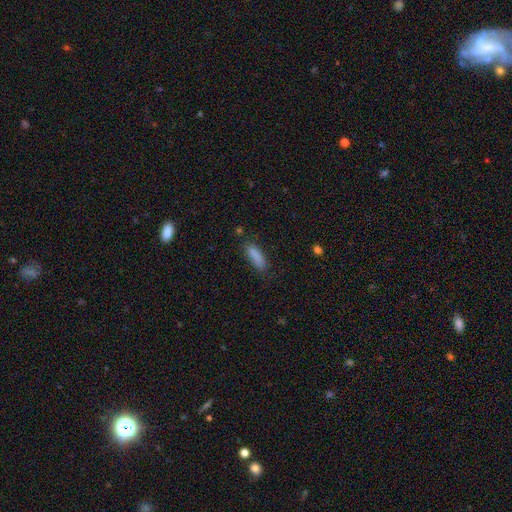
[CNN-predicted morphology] smooth_or_featured: smooth (p=0.86) [alt: star or artifact p=0.08]
how_rounded: in between (p=0.51) [alt: cigar-shaped p=0.47]
merging: none (p=0.74) [alt: minor disturbance p=0.19]